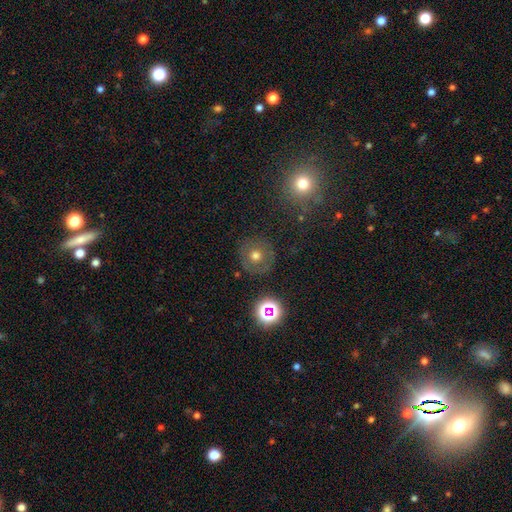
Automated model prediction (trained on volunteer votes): Smooth or featured: smooth — 63% (featured or disk — 19%)
How rounded: round — 94% (in between — 5%)
Merging: none — 85% (minor disturbance — 9%)